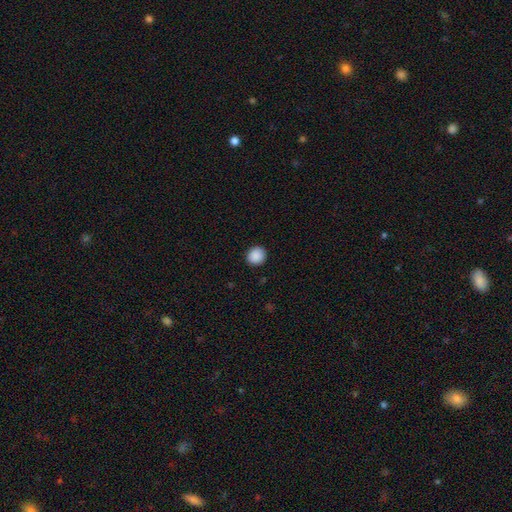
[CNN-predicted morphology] smooth_or_featured: smooth (p=0.89) [alt: star or artifact p=0.08]
how_rounded: round (p=0.88) [alt: in between p=0.11]
merging: none (p=0.91) [alt: minor disturbance p=0.06]